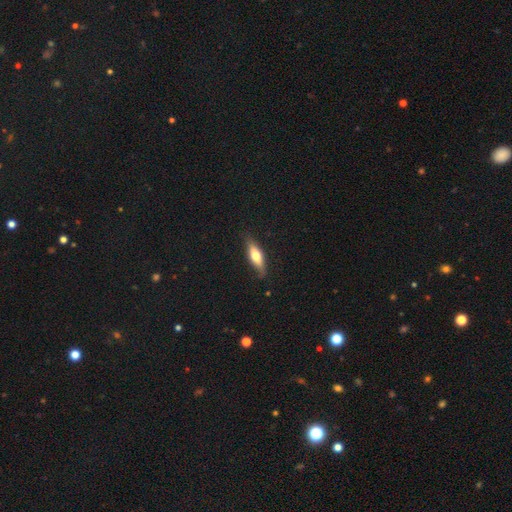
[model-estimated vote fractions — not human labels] A smooth galaxy with no disk features (57%) that is cigar-shaped (54%).

Vote fractions:
- Smooth or featured? smooth: 57% / featured or disk: 38% / star or artifact: 6%
- How rounded? cigar-shaped: 54% / in between: 44% / round: 2%
- Merging? none: 80% / minor disturbance: 16% / major disturbance: 3% / merger: 1%